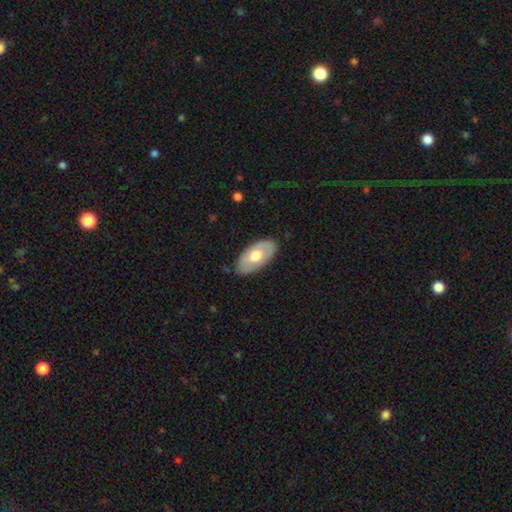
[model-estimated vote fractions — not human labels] This appears to be a smooth galaxy with no disk features (54%) that is in between round and cigar-shaped (94%). Merging: none (84%).